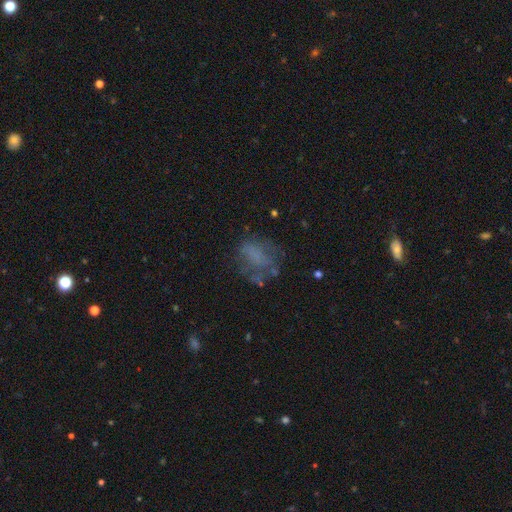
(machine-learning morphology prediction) This is possibly a smooth galaxy (48%). Merging: possibly none (49%).